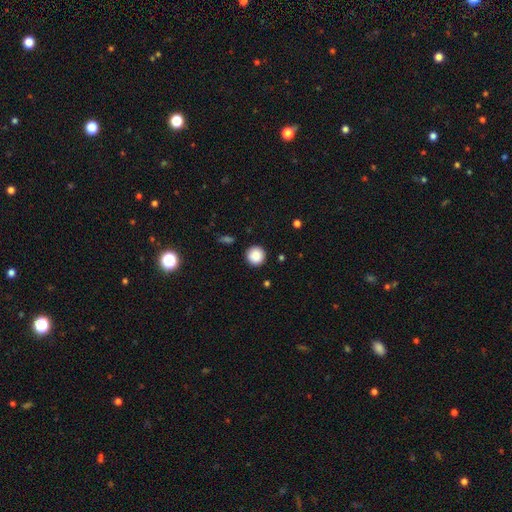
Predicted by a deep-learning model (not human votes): This appears to be a smooth galaxy with no disk features (88%) that is round (95%). Merging: none (90%).